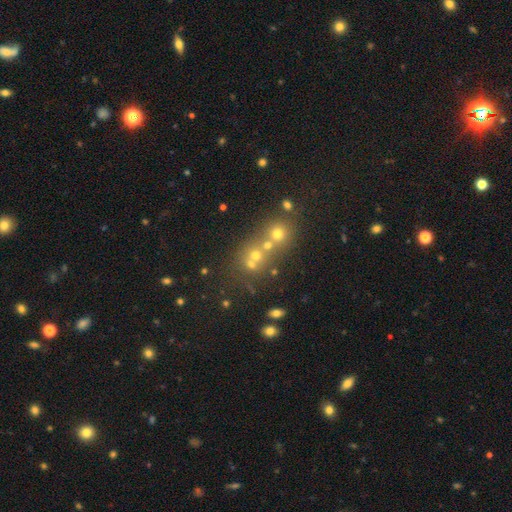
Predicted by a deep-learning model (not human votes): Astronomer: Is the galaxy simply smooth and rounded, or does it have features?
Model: smooth — 44% (runner-up: star or artifact, 38%).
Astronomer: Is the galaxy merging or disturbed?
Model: merger — 48% (runner-up: none, 41%).